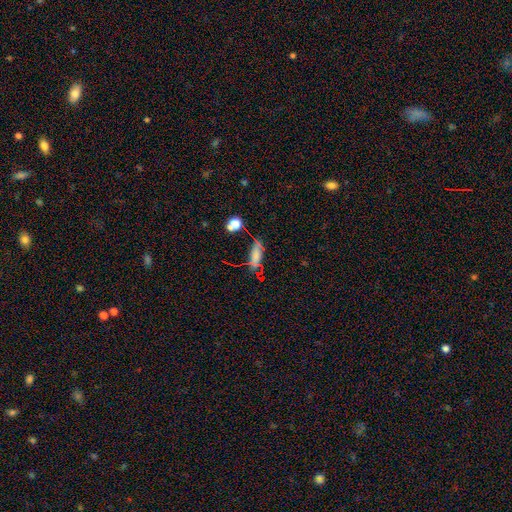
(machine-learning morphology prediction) A smooth galaxy with no disk features (61%) that is in between round and cigar-shaped (63%).

Vote fractions:
- Smooth or featured? smooth: 61% / featured or disk: 21% / star or artifact: 18%
- How rounded? in between: 63% / cigar-shaped: 31% / round: 6%
- Merging? none: 60% / minor disturbance: 22% / major disturbance: 10% / merger: 8%